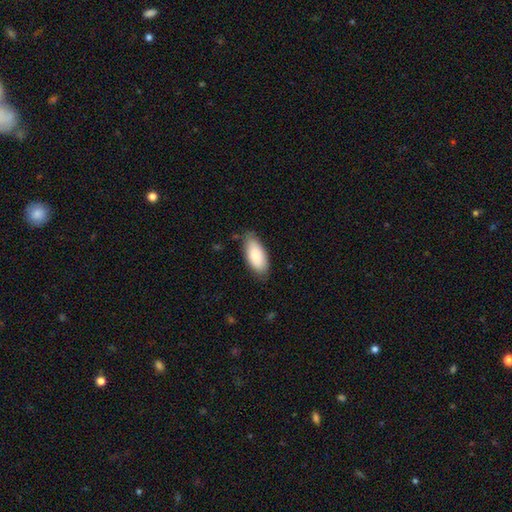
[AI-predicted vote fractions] Smooth or featured: smooth — 85% (featured or disk — 10%)
How rounded: in between — 90% (cigar-shaped — 9%)
Merging: none — 77% (minor disturbance — 19%)